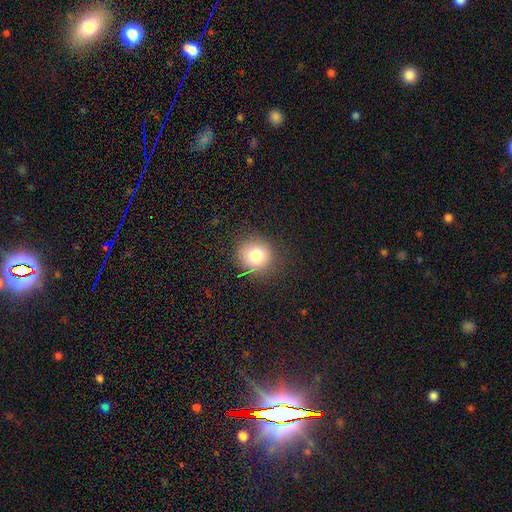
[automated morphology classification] Smooth or featured? smooth (78%)
How rounded? round (87%)
Merging? none (84%)